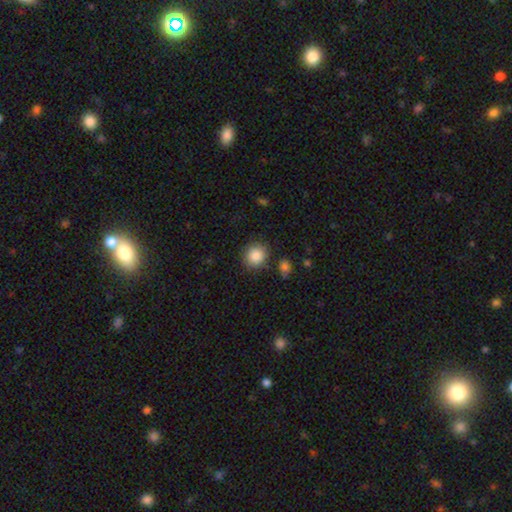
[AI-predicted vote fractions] smooth-or-featured: smooth: 87% | star or artifact: 9% | featured or disk: 4%
  how-rounded: round: 85% | in between: 14% | cigar-shaped: 1%
  merging: none: 84% | minor disturbance: 9% | merger: 3% | major disturbance: 3%